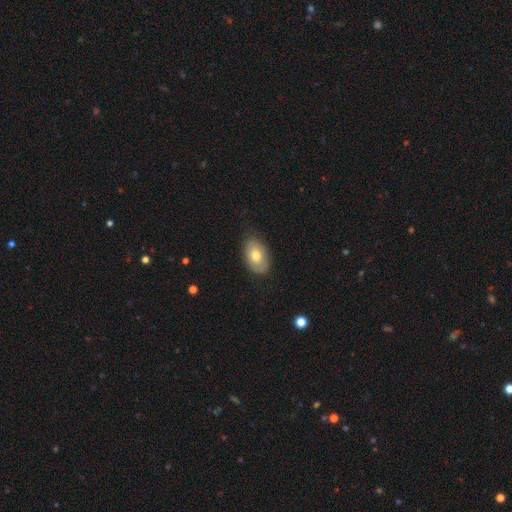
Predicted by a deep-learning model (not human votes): smooth-or-featured: smooth: 64% | featured or disk: 29% | star or artifact: 7%
  how-rounded: in between: 89% | round: 10% | cigar-shaped: 1%
  merging: none: 76% | minor disturbance: 19% | major disturbance: 4% | merger: 1%